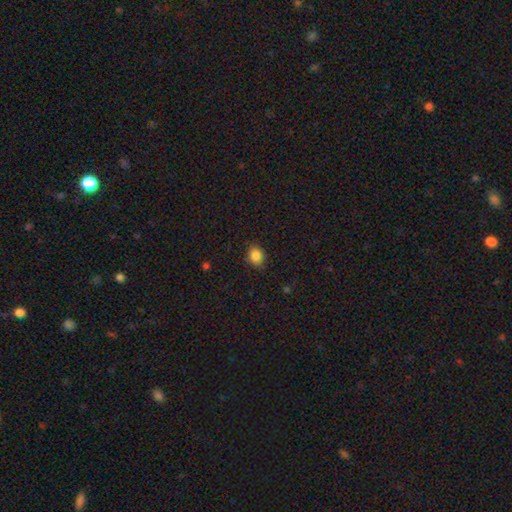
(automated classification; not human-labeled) A smooth galaxy with no disk features (85%) that is round (60%).

Vote fractions:
- Smooth or featured? smooth: 85% / star or artifact: 11% / featured or disk: 5%
- How rounded? round: 60% / in between: 39% / cigar-shaped: 1%
- Merging? none: 86% / minor disturbance: 11% / major disturbance: 2% / merger: 1%